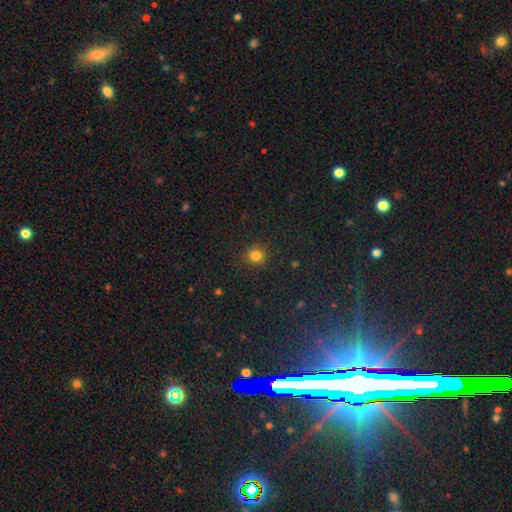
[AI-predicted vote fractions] Smooth or featured?
  - smooth: 82% *
  - star or artifact: 14%
  - featured or disk: 4%
How rounded?
  - round: 93% *
  - in between: 6%
  - cigar-shaped: 1%
Merging?
  - none: 90% *
  - minor disturbance: 6%
  - major disturbance: 2%
  - merger: 1%